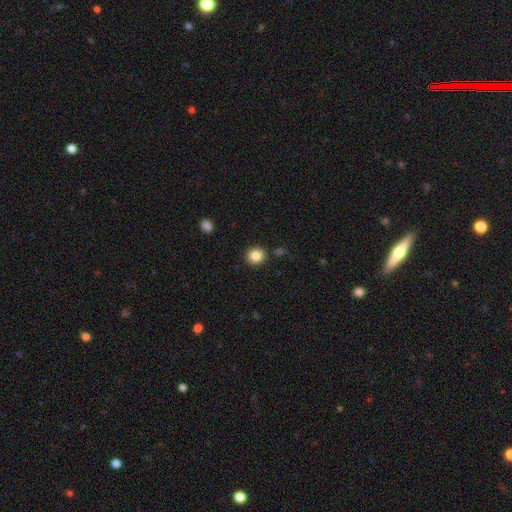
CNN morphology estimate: This appears to be a smooth galaxy with no disk features (85%) that is round (85%). Merging: none (88%).